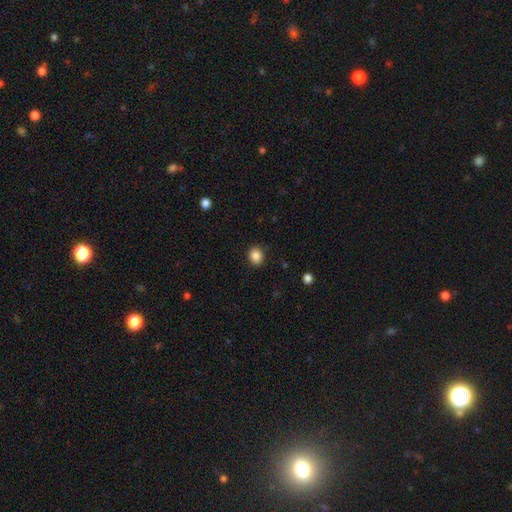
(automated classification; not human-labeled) Morphology: type=smooth (87%); roundness=round (64%); merging=none (89%).